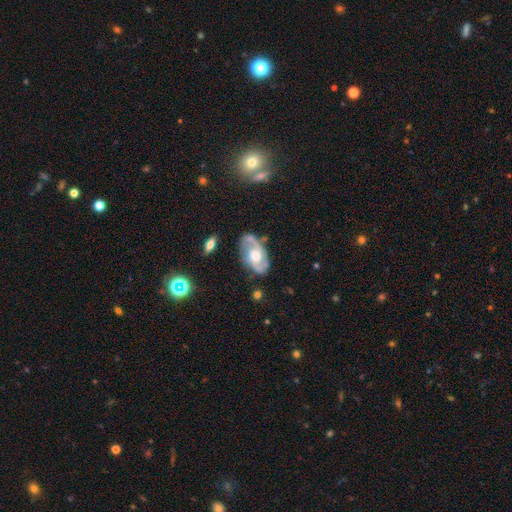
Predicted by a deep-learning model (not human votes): Q: Smooth or featured?
A: featured or disk (77%); runner-up: smooth (16%)
Q: Edge-on disk?
A: no (94%); runner-up: yes (6%)
Q: Bar?
A: no (62%); runner-up: weak (32%)
Q: Spiral arms?
A: yes (90%); runner-up: no (10%)
Q: Spiral winding?
A: medium (49%); runner-up: tight (27%)
Q: Spiral arm count?
A: 2 (75%); runner-up: can't tell (13%)
Q: Bulge size?
A: moderate (65%); runner-up: small (23%)
Q: Merging?
A: none (65%); runner-up: minor disturbance (22%)